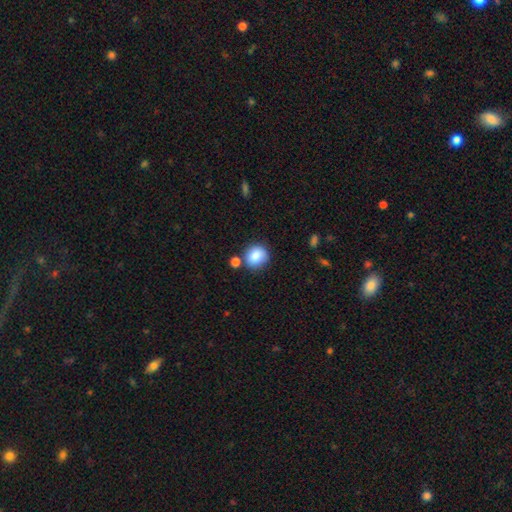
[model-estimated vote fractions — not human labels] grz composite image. It shows a smooth galaxy with no disk features (87%) that is round (79%). Merging: none (70%).